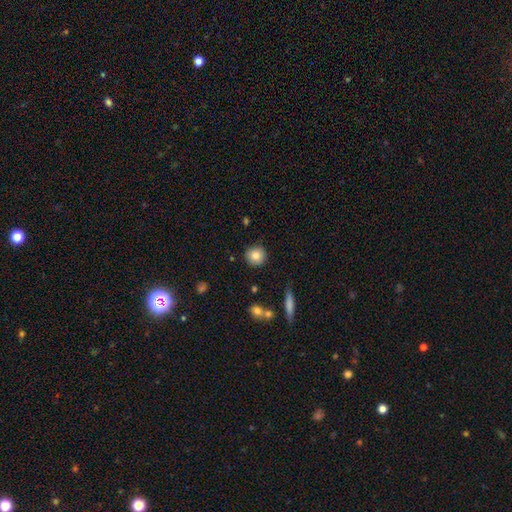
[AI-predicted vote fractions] Smooth or featured: smooth — 83% (featured or disk — 8%)
How rounded: round — 91% (in between — 8%)
Merging: none — 88% (minor disturbance — 8%)